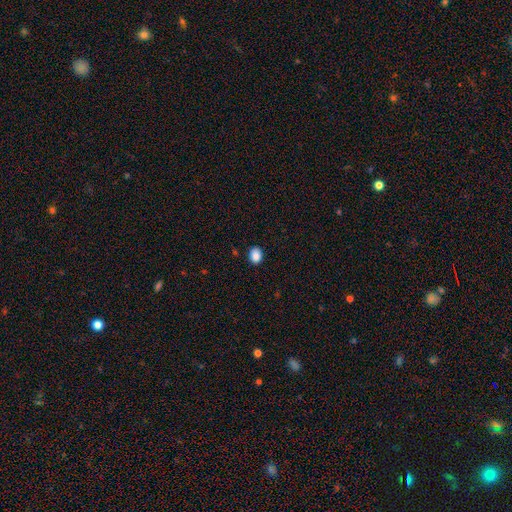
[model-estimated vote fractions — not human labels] smooth_or_featured: smooth (p=0.88) [alt: star or artifact p=0.09]
how_rounded: in between (p=0.56) [alt: round p=0.43]
merging: none (p=0.87) [alt: minor disturbance p=0.09]